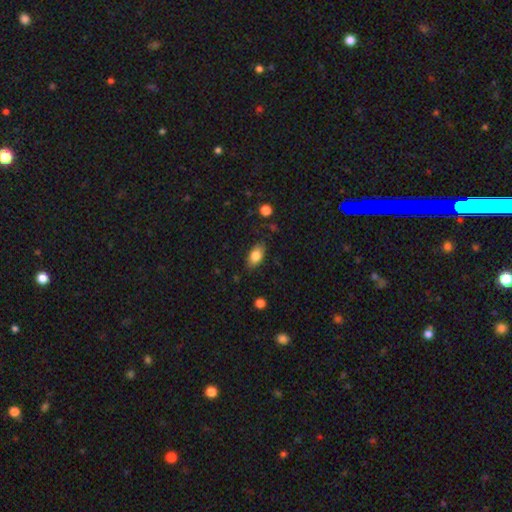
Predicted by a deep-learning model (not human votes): smooth_or_featured: smooth (p=0.82) [alt: featured or disk p=0.11]
how_rounded: in between (p=0.90) [alt: round p=0.06]
merging: none (p=0.82) [alt: minor disturbance p=0.14]